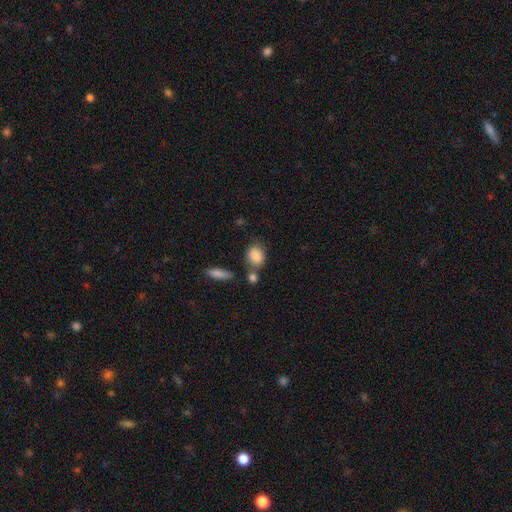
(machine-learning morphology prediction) Q: Smooth or featured?
A: smooth (85%); runner-up: star or artifact (8%)
Q: How rounded?
A: in between (64%); runner-up: round (34%)
Q: Merging?
A: none (57%); runner-up: merger (23%)